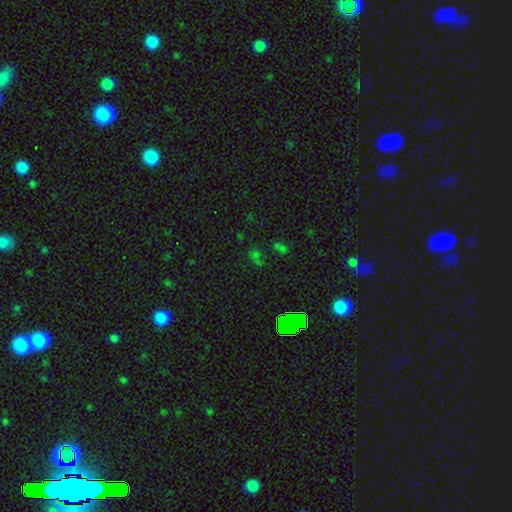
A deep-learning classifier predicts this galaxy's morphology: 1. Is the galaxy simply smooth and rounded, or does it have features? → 58% star or artifact, 31% smooth, 10% featured or disk.